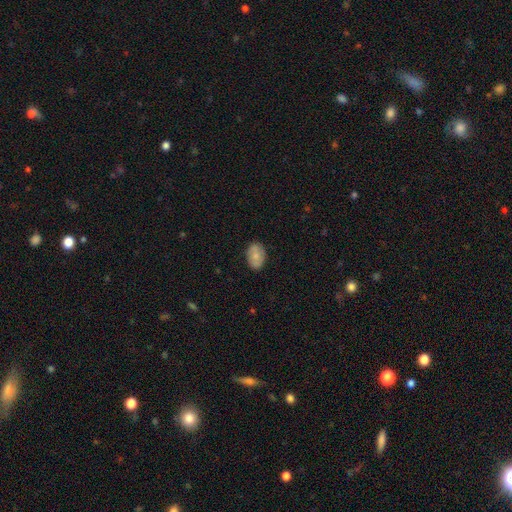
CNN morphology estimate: A smooth galaxy with no disk features (73%) that is in between round and cigar-shaped (85%). Merging: none (84%).